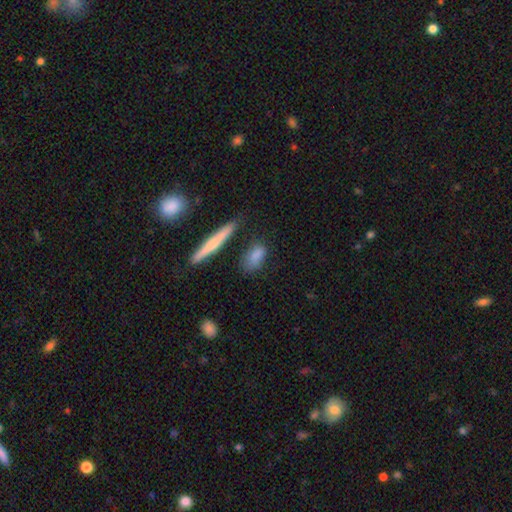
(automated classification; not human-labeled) Morphology: type=smooth (81%); roundness=in between (70%); merging=none (68%).